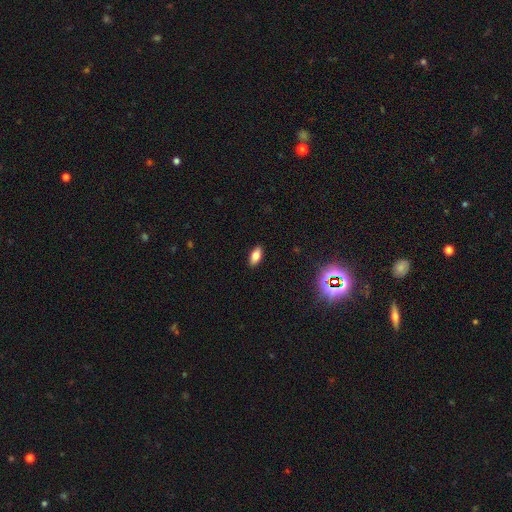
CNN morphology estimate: A smooth galaxy with no disk features (78%) that is in between round and cigar-shaped (87%). Merging: none (89%).